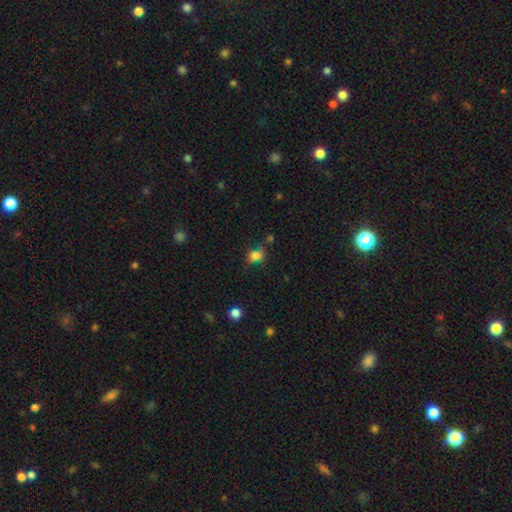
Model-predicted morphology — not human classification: Q: Smooth or featured?
A: smooth (64%); runner-up: star or artifact (23%)
Q: How rounded?
A: round (56%); runner-up: in between (41%)
Q: Merging?
A: none (53%); runner-up: minor disturbance (20%)